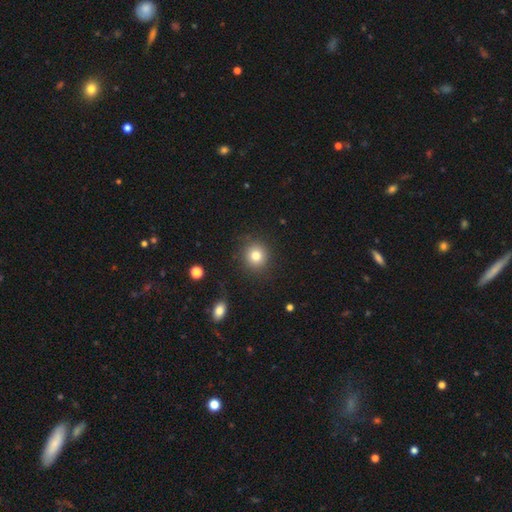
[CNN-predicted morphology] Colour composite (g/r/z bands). It shows a smooth galaxy with no disk features (81%) that is round (90%). Merging: none (88%).